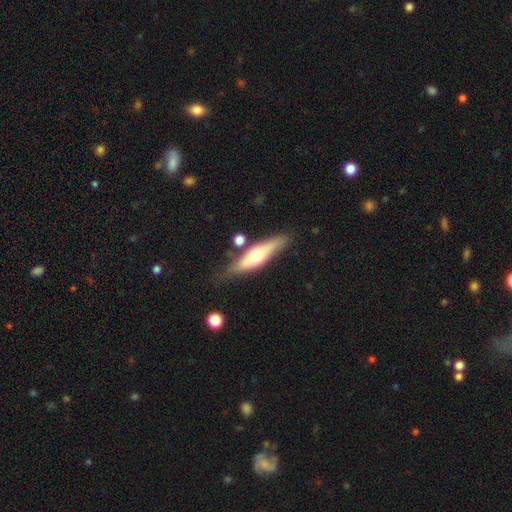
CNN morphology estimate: type=smooth (51%); roundness=cigar-shaped (65%); merging=none (69%).